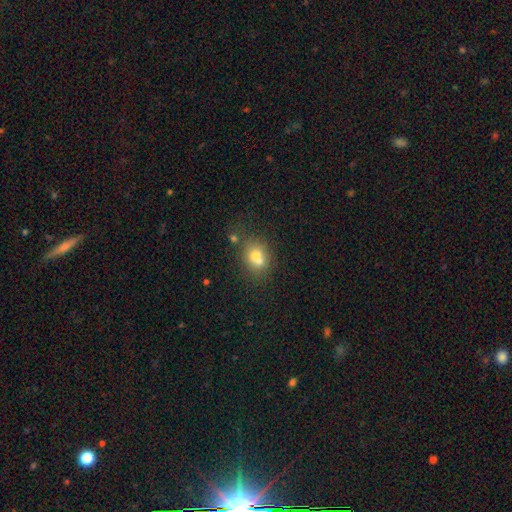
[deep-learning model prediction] A smooth galaxy with no disk features (68%) that is round (66%).

Vote fractions:
- Smooth or featured? smooth: 68% / featured or disk: 20% / star or artifact: 13%
- How rounded? round: 66% / in between: 32% / cigar-shaped: 1%
- Merging? none: 42% (tied) / merger: 42% (tied) / minor disturbance: 11% / major disturbance: 5%